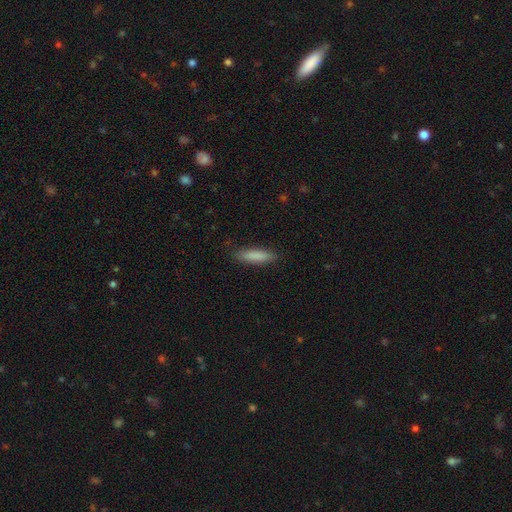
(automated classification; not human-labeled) Smooth or featured?
  - smooth: 86% *
  - featured or disk: 8%
  - star or artifact: 6%
How rounded?
  - cigar-shaped: 72% *
  - in between: 26%
  - round: 1%
Merging?
  - none: 87% *
  - minor disturbance: 10%
  - major disturbance: 2%
  - merger: 1%